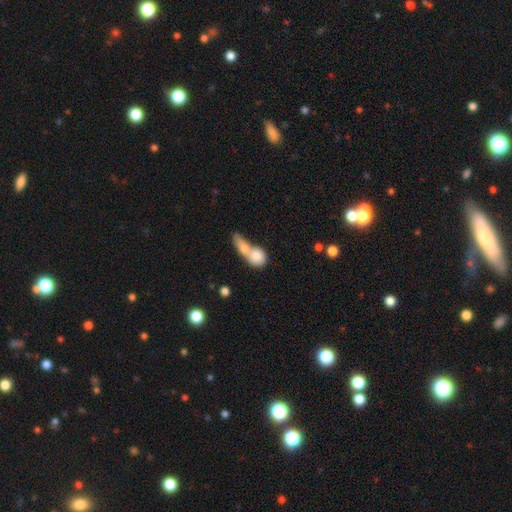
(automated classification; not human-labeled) smooth 78%, featured or disk 15%, star or artifact 7%. Down the decision tree: how rounded — round (53%); merging — merger (71%).